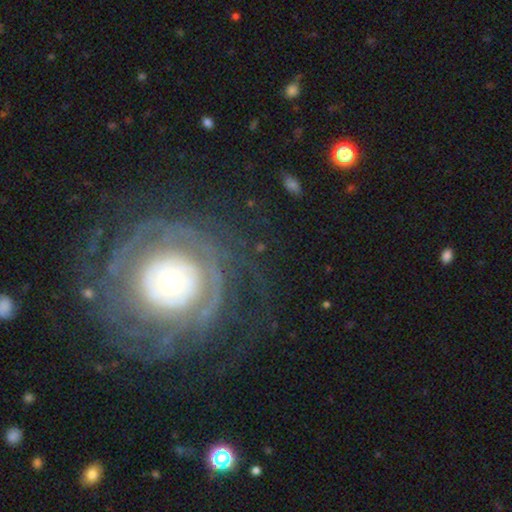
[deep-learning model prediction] smooth_or_featured: featured or disk (p=0.73) [alt: smooth p=0.17]
disk_edge_on: no (p=0.96) [alt: yes p=0.04]
bar: no (p=0.85) [alt: weak p=0.10]
has_spiral_arms: yes (p=0.79) [alt: no p=0.21]
spiral_winding: tight (p=0.79) [alt: medium p=0.14]
spiral_arm_count: can't tell (p=0.45) [alt: 2 p=0.16]
bulge_size: small (p=0.45) [alt: moderate p=0.27]
merging: none (p=0.76) [alt: minor disturbance p=0.12]